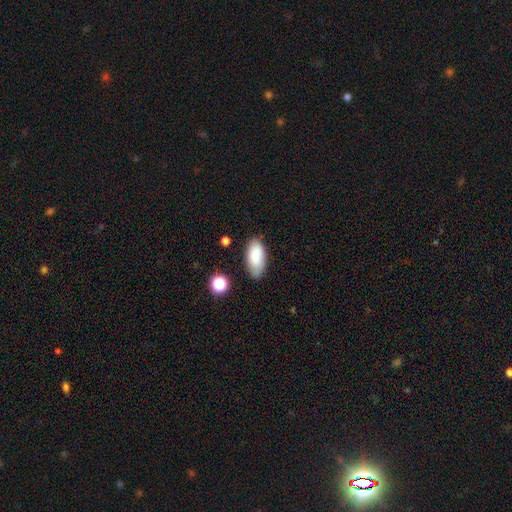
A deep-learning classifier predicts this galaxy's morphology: smooth 86%, star or artifact 7%, featured or disk 7%. Down the decision tree: how rounded — in between (91%); merging — none (78%).